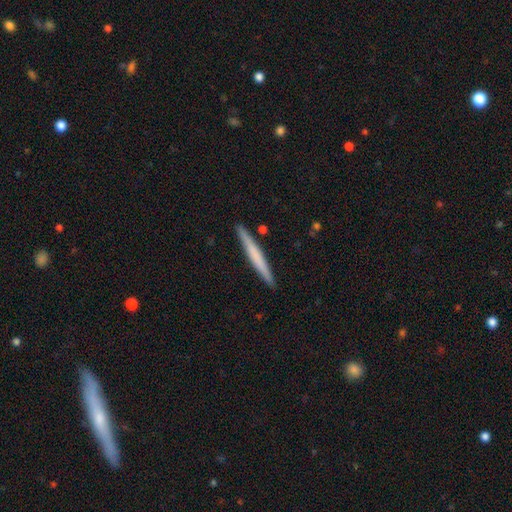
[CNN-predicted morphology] A smooth galaxy with no disk features (57%) that is cigar-shaped (97%).

Vote fractions:
- Smooth or featured? smooth: 57% / featured or disk: 38% / star or artifact: 5%
- How rounded? cigar-shaped: 97% / in between: 2% / round: 1%
- Merging? none: 91% / minor disturbance: 6% / merger: 1% / major disturbance: 1%